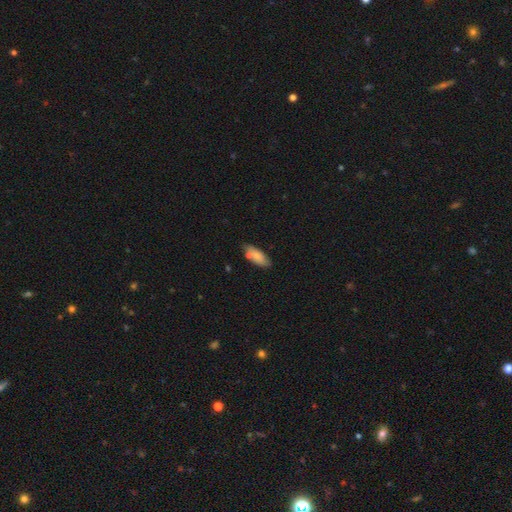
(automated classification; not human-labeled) smooth-or-featured: smooth: 77% | featured or disk: 16% | star or artifact: 6%
  how-rounded: in between: 80% | cigar-shaped: 18% | round: 2%
  merging: none: 69% | minor disturbance: 19% | merger: 9% | major disturbance: 3%